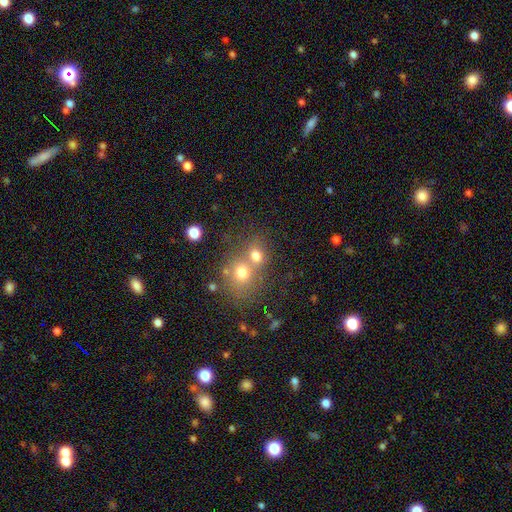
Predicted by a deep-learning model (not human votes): A smooth galaxy with no disk features (71%) that is round (72%).

Vote fractions:
- Smooth or featured? smooth: 71% / star or artifact: 15% / featured or disk: 14%
- How rounded? round: 72% / in between: 27% / cigar-shaped: 1%
- Merging? merger: 51% / none: 38% / minor disturbance: 7% / major disturbance: 4%